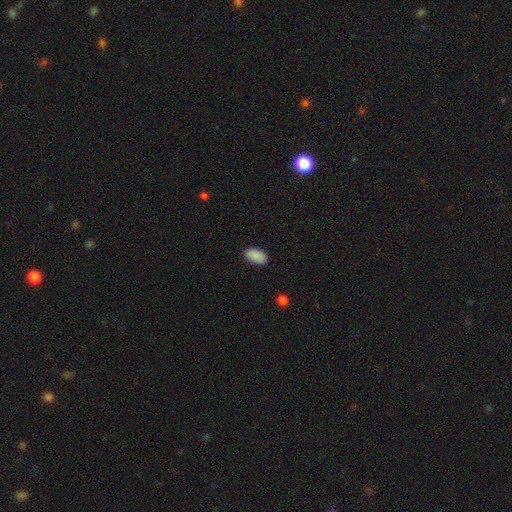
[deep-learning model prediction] The model was most divided on "merging": none: 88%, minor disturbance: 8%, major disturbance: 2%, merger: 1%. More confident: how rounded — in between (95%); smooth or featured — smooth (90%).